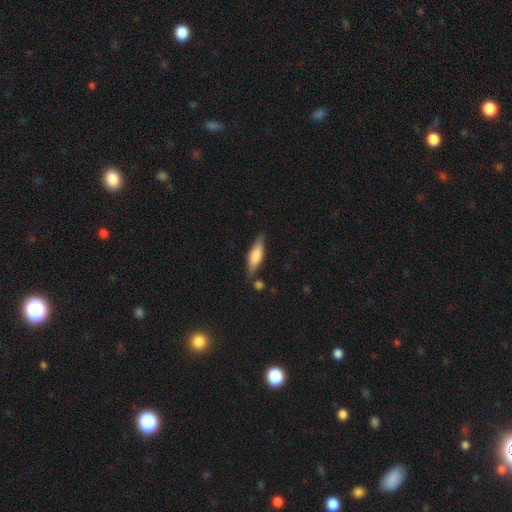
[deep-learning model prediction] This appears to be a smooth galaxy with no disk features (55%) that is cigar-shaped (60%). Merging: none (76%).